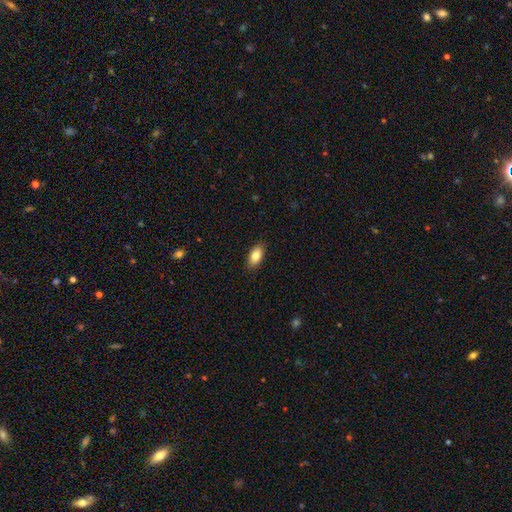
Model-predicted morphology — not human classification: Smooth or featured? Predicted: smooth (p=0.83). How rounded? Predicted: in between (p=0.90). Merging? Predicted: none (p=0.89).